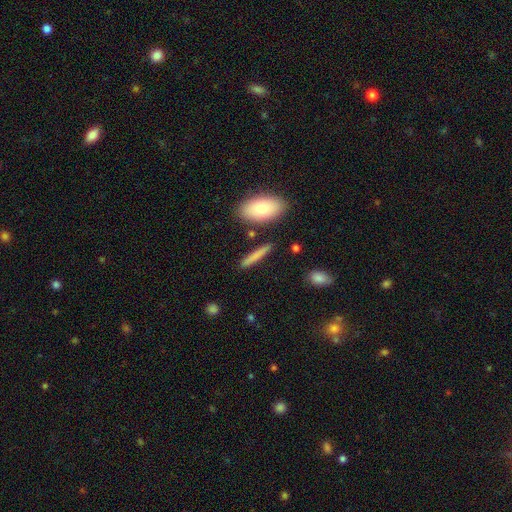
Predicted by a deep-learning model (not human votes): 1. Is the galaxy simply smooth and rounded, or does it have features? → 73% smooth, 20% featured or disk, 7% star or artifact.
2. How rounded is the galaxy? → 86% cigar-shaped, 11% in between, 3% round.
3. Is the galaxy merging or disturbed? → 85% none, 9% minor disturbance, 4% merger, 2% major disturbance.